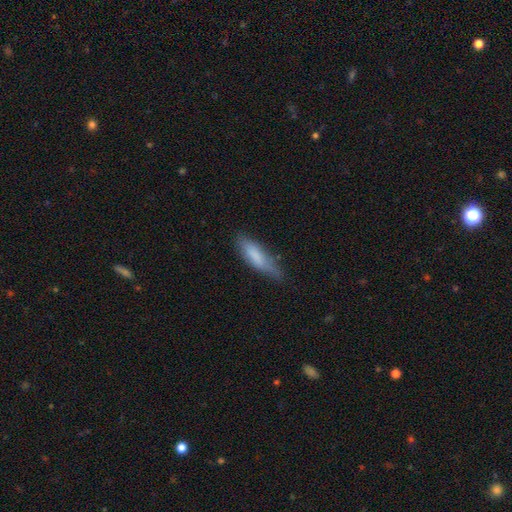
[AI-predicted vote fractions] Q: Smooth or featured?
A: smooth (77%); runner-up: featured or disk (17%)
Q: How rounded?
A: cigar-shaped (60%); runner-up: in between (38%)
Q: Merging?
A: none (59%); runner-up: minor disturbance (32%)